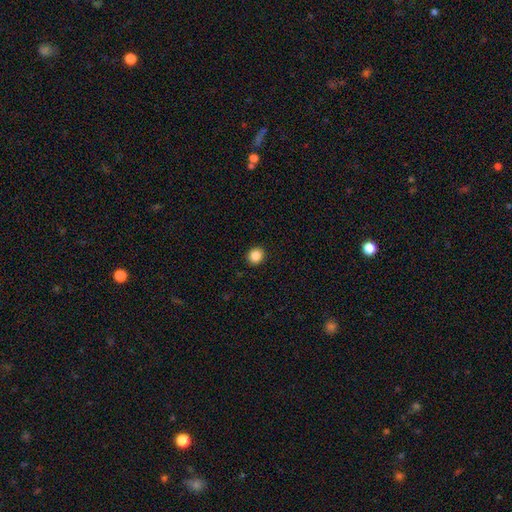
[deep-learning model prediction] A smooth galaxy with no disk features (87%) that is round (85%).

Vote fractions:
- Smooth or featured? smooth: 87% / star or artifact: 10% / featured or disk: 3%
- How rounded? round: 85% / in between: 14% / cigar-shaped: 1%
- Merging? none: 92% / minor disturbance: 5% / major disturbance: 2% / merger: 1%